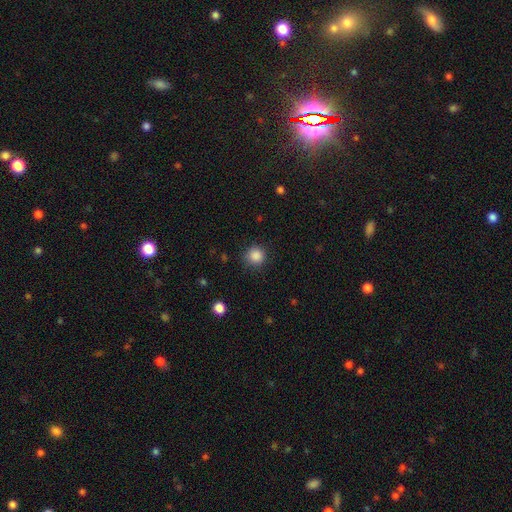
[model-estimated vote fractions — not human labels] Smooth or featured? smooth (87%)
How rounded? round (92%)
Merging? none (86%)